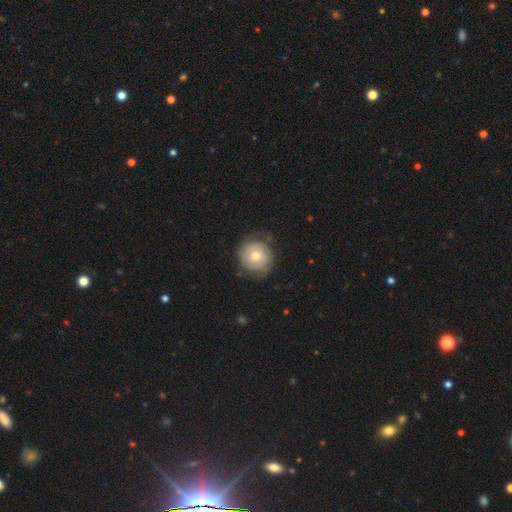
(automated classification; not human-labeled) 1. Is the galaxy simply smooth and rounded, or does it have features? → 48% smooth, 45% featured or disk, 7% star or artifact.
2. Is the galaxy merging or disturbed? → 69% none, 21% minor disturbance, 8% major disturbance, 1% merger.